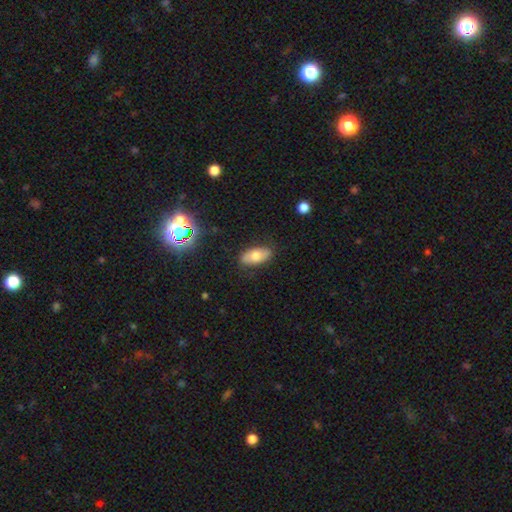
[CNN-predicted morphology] Smooth or featured? Predicted: smooth (p=0.66). How rounded? Predicted: in between (p=0.91). Merging? Predicted: none (p=0.83).